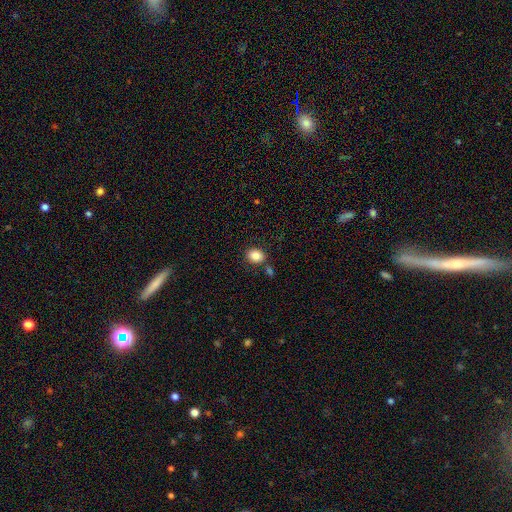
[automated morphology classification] smooth_or_featured: smooth (p=0.85) [alt: star or artifact p=0.09]
how_rounded: in between (p=0.51) [alt: round p=0.49]
merging: none (p=0.80) [alt: minor disturbance p=0.10]